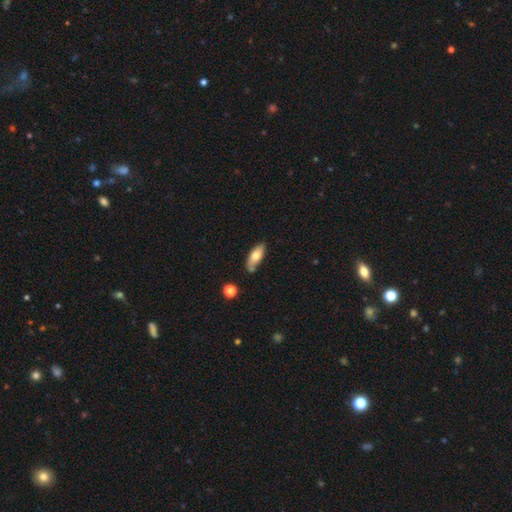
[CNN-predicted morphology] A smooth galaxy with no disk features (70%) that is in between round and cigar-shaped (75%).

Vote fractions:
- Smooth or featured? smooth: 70% / featured or disk: 24% / star or artifact: 6%
- How rounded? in between: 75% / cigar-shaped: 23% / round: 2%
- Merging? none: 72% / minor disturbance: 18% / merger: 7% / major disturbance: 3%